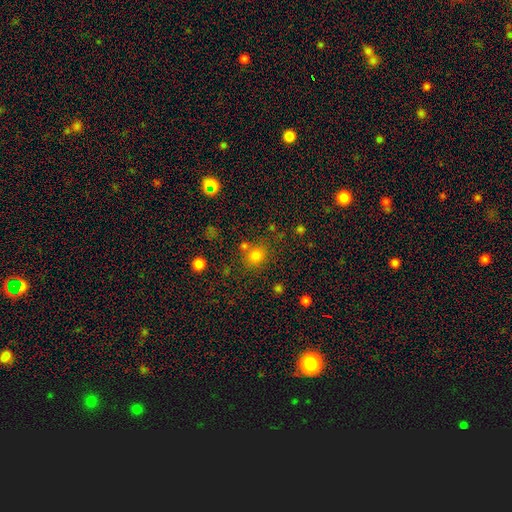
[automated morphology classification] Smooth or featured?
  - smooth: 77% *
  - star or artifact: 16%
  - featured or disk: 7%
How rounded?
  - round: 79% *
  - in between: 20%
  - cigar-shaped: 1%
Merging?
  - none: 71% *
  - merger: 13%
  - minor disturbance: 11%
  - major disturbance: 5%